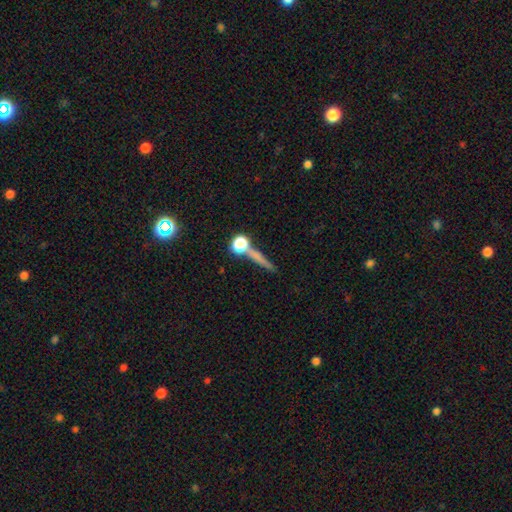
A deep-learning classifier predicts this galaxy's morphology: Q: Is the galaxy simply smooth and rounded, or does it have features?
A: smooth — 55%.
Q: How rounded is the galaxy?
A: cigar-shaped — 56%.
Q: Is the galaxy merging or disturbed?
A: none — 67%.